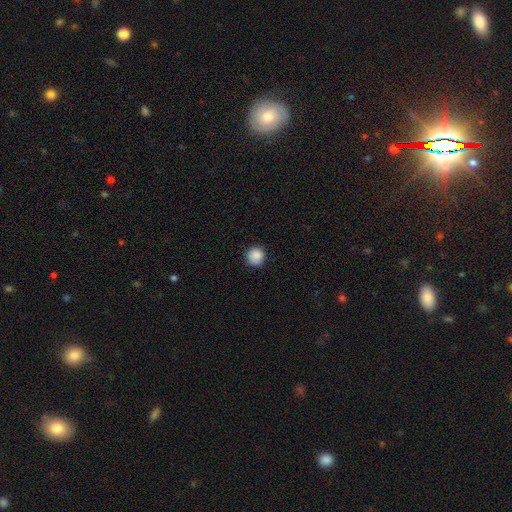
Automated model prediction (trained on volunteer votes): Smooth or featured: smooth — 88% (star or artifact — 9%)
How rounded: round — 94% (in between — 6%)
Merging: none — 88% (minor disturbance — 9%)